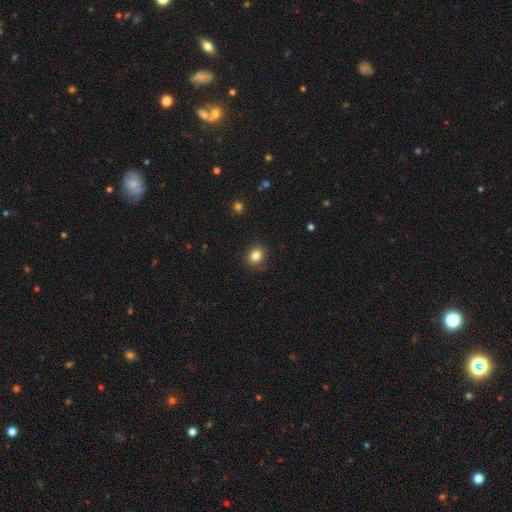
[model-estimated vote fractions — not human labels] This is clearly a smooth galaxy (83%). How rounded: likely round (68%). Merging: clearly none (86%).